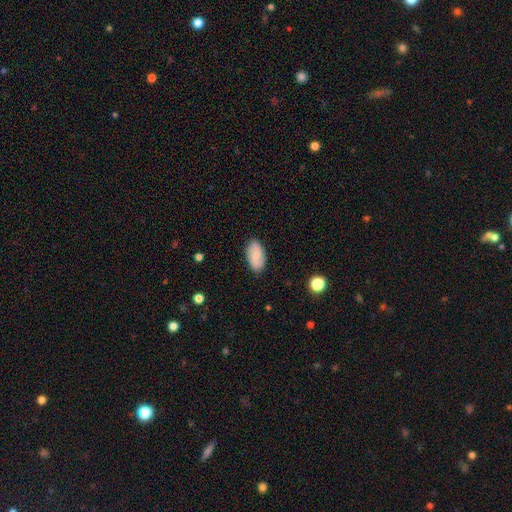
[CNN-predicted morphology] This appears to be a smooth galaxy with no disk features (69%) that is in between round and cigar-shaped (94%). Merging: none (85%).